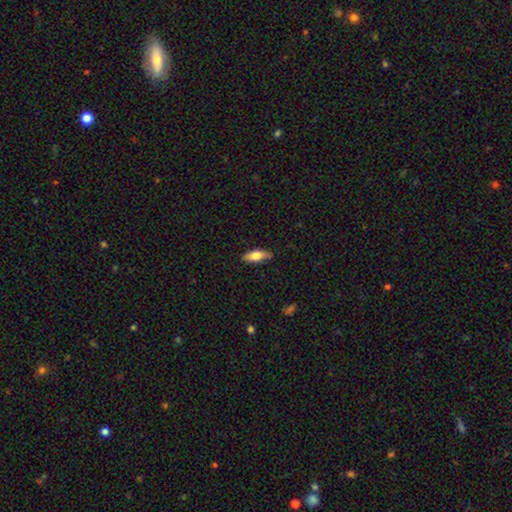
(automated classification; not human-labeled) Smooth or featured? Predicted: smooth (p=0.70). How rounded? Predicted: in between (p=0.74). Merging? Predicted: none (p=0.81).